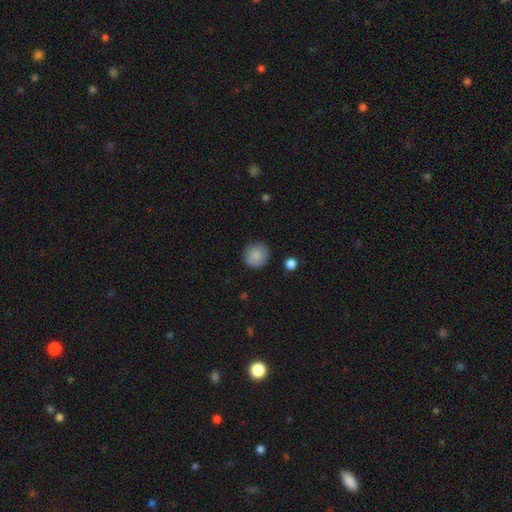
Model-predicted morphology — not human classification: Q: Smooth or featured?
A: smooth (87%); runner-up: star or artifact (8%)
Q: How rounded?
A: round (91%); runner-up: in between (8%)
Q: Merging?
A: none (86%); runner-up: minor disturbance (10%)